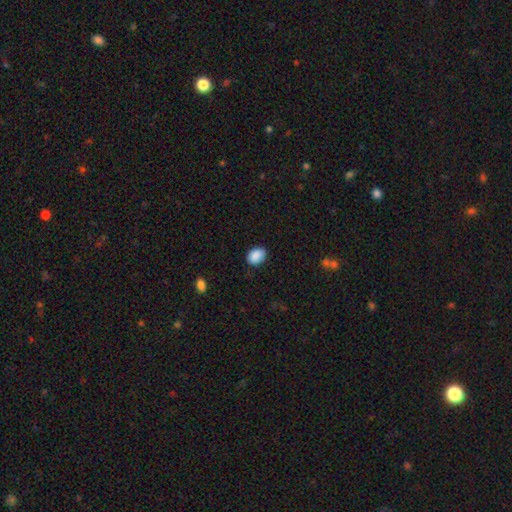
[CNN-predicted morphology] Smooth or featured?
  - smooth: 89% *
  - star or artifact: 8%
  - featured or disk: 3%
How rounded?
  - in between: 71% *
  - round: 28%
  - cigar-shaped: 1%
Merging?
  - none: 83% *
  - minor disturbance: 13%
  - major disturbance: 3%
  - merger: 1%